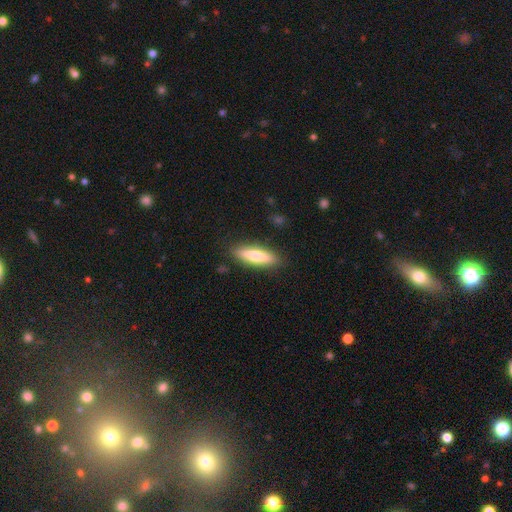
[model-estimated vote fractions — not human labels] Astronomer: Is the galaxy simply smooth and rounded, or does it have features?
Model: smooth — 67%.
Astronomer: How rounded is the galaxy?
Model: cigar-shaped — 66%.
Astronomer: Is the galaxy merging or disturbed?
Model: none — 88%.